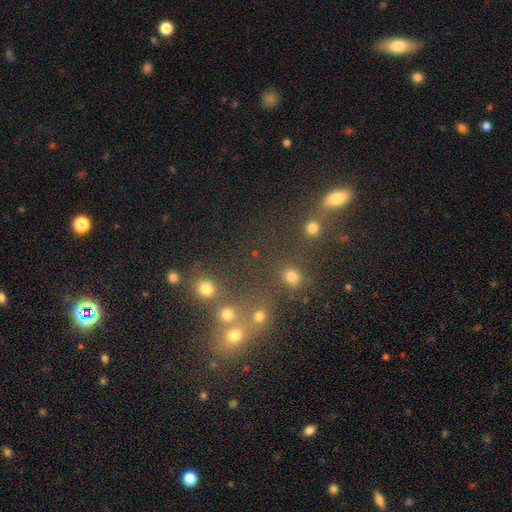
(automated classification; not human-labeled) smooth_or_featured: star or artifact (p=0.53) [alt: smooth p=0.32]